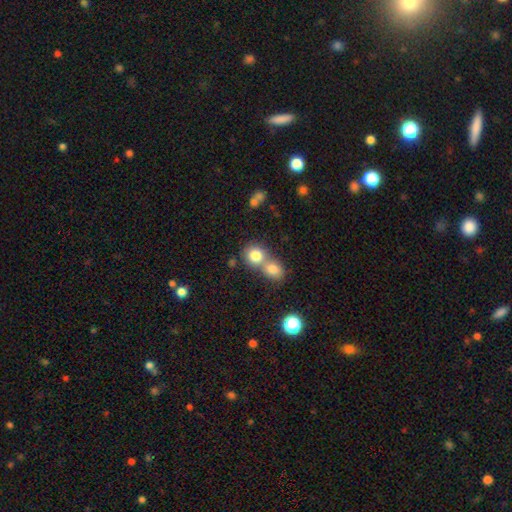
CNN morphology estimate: smooth_or_featured: smooth (p=0.79) [alt: star or artifact p=0.11]
how_rounded: round (p=0.81) [alt: in between p=0.18]
merging: merger (p=0.57) [alt: none p=0.36]